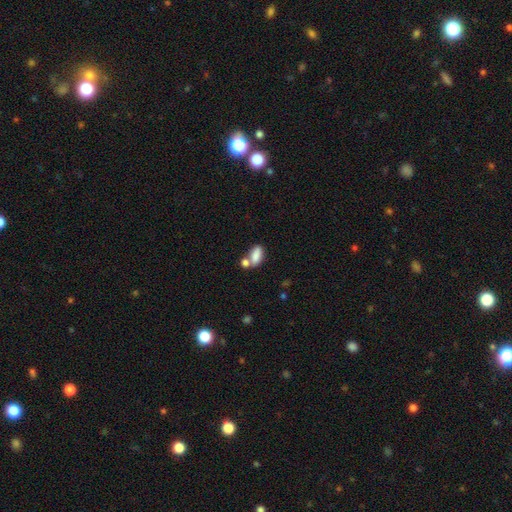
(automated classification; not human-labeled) This is clearly a smooth galaxy (81%). How rounded: clearly in between (86%). Merging: marginally merger (42%).